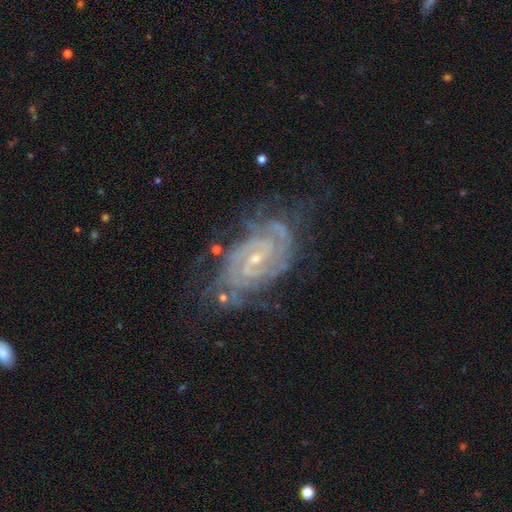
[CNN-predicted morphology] Smooth or featured? Predicted: featured or disk (p=0.87). Edge-on disk? Predicted: no (p=0.96). Bar? Predicted: no (p=0.48). Spiral arms? Predicted: yes (p=0.97). Spiral winding? Predicted: tight (p=0.69). Spiral arm count? Predicted: 2 (p=0.43). Bulge size? Predicted: small (p=0.77). Merging? Predicted: none (p=0.67).